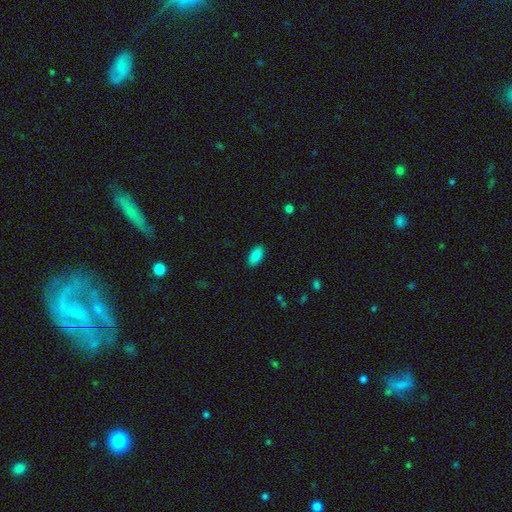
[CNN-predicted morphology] Smooth or featured?
  - smooth: 88% *
  - star or artifact: 7%
  - featured or disk: 5%
How rounded?
  - in between: 92% *
  - cigar-shaped: 5%
  - round: 3%
Merging?
  - none: 88% *
  - minor disturbance: 8%
  - major disturbance: 2%
  - merger: 1%